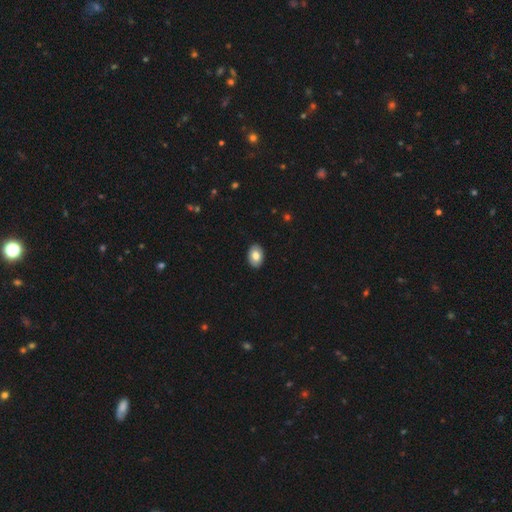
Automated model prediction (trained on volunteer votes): A smooth galaxy with no disk features (80%) that is in between round and cigar-shaped (85%).

Vote fractions:
- Smooth or featured? smooth: 80% / featured or disk: 13% / star or artifact: 7%
- How rounded? in between: 85% / round: 14% / cigar-shaped: 1%
- Merging? none: 91% / minor disturbance: 7% / major disturbance: 2% / merger: 1%